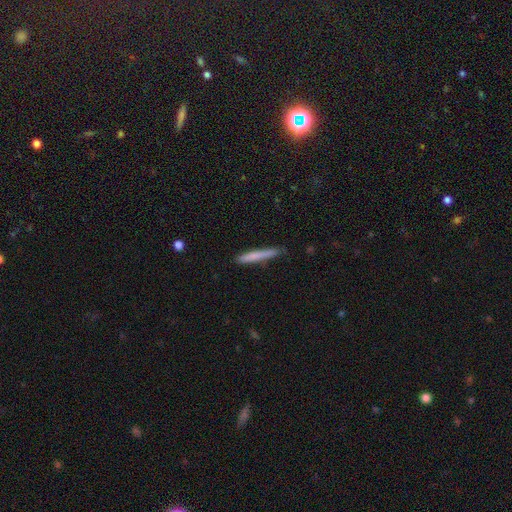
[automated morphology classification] A smooth galaxy with no disk features (72%) that is cigar-shaped (96%).

Vote fractions:
- Smooth or featured? smooth: 72% / featured or disk: 22% / star or artifact: 6%
- How rounded? cigar-shaped: 96% / in between: 3% / round: 1%
- Merging? none: 79% / minor disturbance: 16% / major disturbance: 2% / merger: 2%